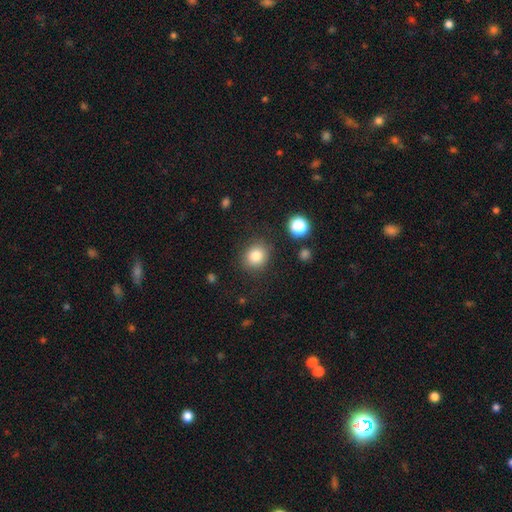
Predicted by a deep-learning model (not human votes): Smooth or featured: smooth — 82% (star or artifact — 11%)
How rounded: round — 79% (in between — 20%)
Merging: none — 85% (minor disturbance — 9%)